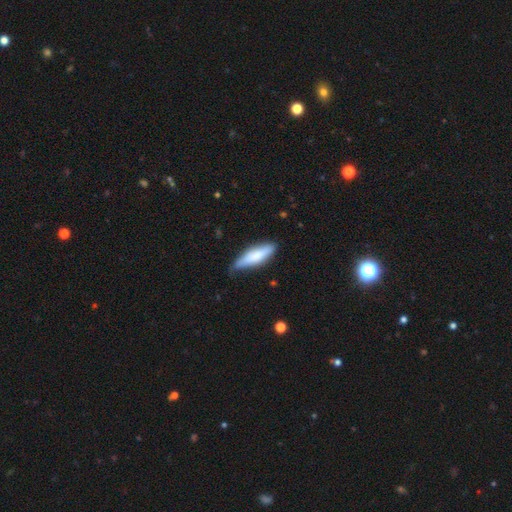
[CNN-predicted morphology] Overall: smooth (72%). How rounded: cigar-shaped (58%; in between 40%). Merging: none (62%; minor disturbance 31%).